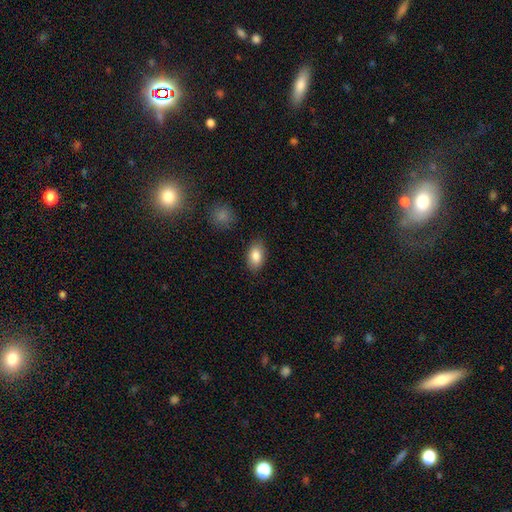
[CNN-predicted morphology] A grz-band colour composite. It shows a smooth galaxy with no disk features (85%) that is in between round and cigar-shaped (91%). Merging: none (85%).